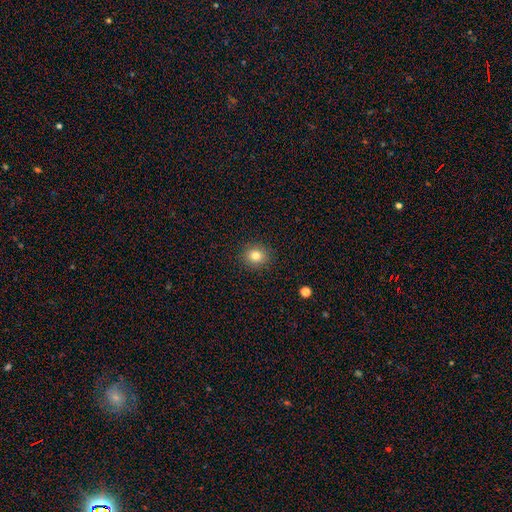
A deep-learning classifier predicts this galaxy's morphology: Smooth or featured: smooth — 80% (star or artifact — 12%)
How rounded: round — 86% (in between — 13%)
Merging: none — 90% (minor disturbance — 6%)